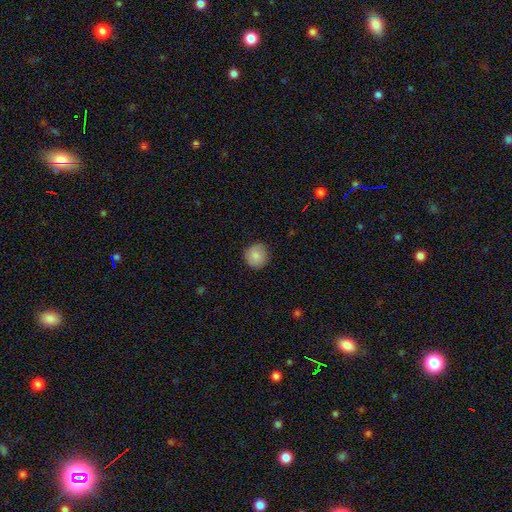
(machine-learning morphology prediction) The model was most divided on "smooth or featured": smooth: 87%, star or artifact: 8%, featured or disk: 6%. More confident: how rounded — round (93%); merging — none (88%).